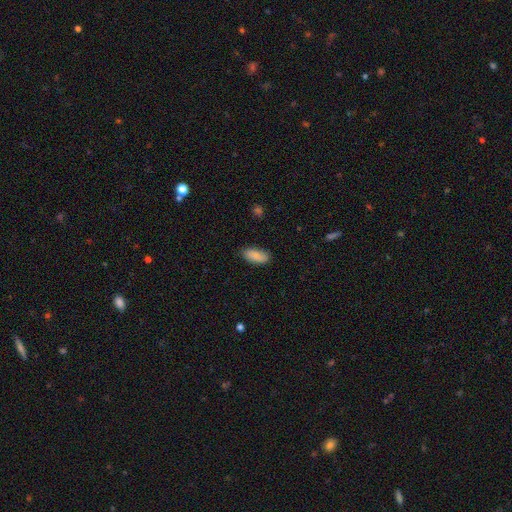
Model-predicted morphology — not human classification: Overall: smooth (88%). How rounded: in between (87%). Merging: none (84%).